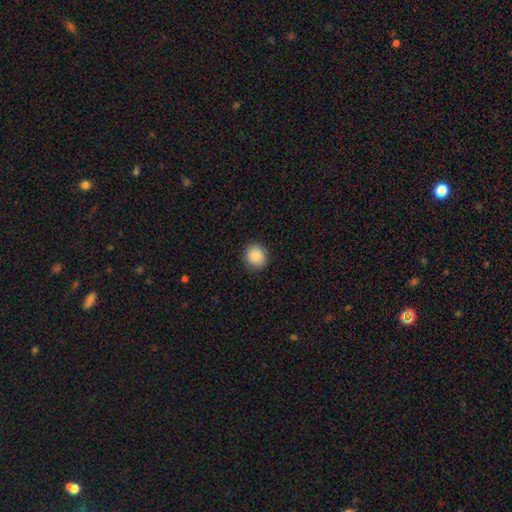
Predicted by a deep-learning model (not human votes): The model was most divided on "how rounded": round: 88%, in between: 12%, cigar-shaped: 1%. More confident: merging — none (90%); smooth or featured — smooth (89%).